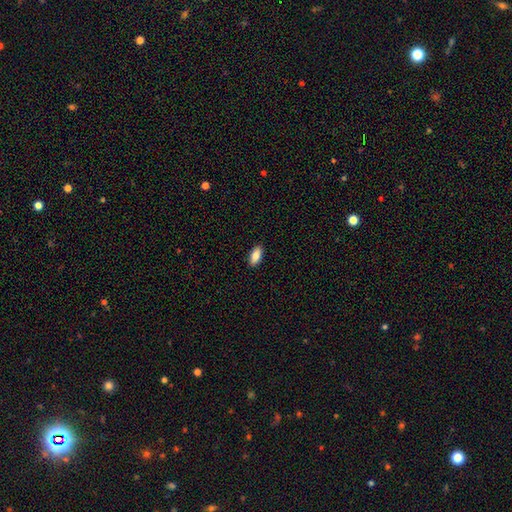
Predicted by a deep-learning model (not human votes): Smooth or featured? Predicted: smooth (p=0.87). How rounded? Predicted: in between (p=0.87). Merging? Predicted: none (p=0.90).